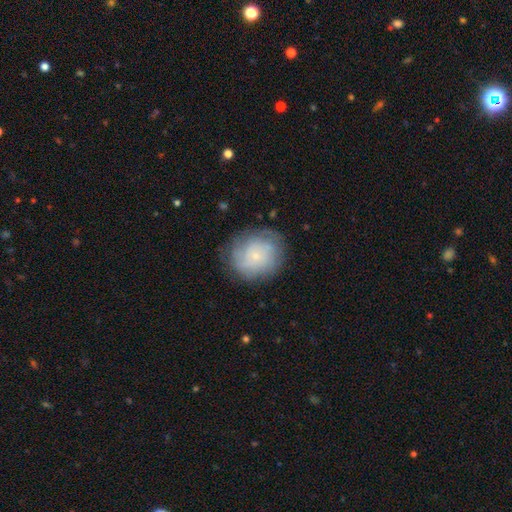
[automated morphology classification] Smooth or featured? smooth (48%)
Merging? none (76%)